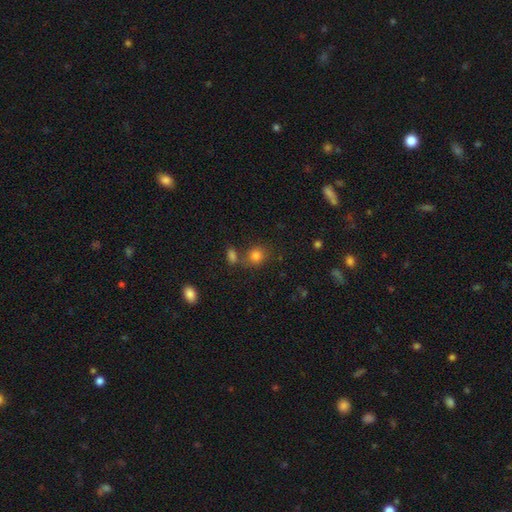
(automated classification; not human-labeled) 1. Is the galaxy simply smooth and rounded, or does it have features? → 81% smooth, 12% star or artifact, 7% featured or disk.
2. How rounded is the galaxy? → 74% round, 25% in between, 1% cigar-shaped.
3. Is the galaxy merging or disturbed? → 62% none, 22% merger, 12% minor disturbance, 5% major disturbance.